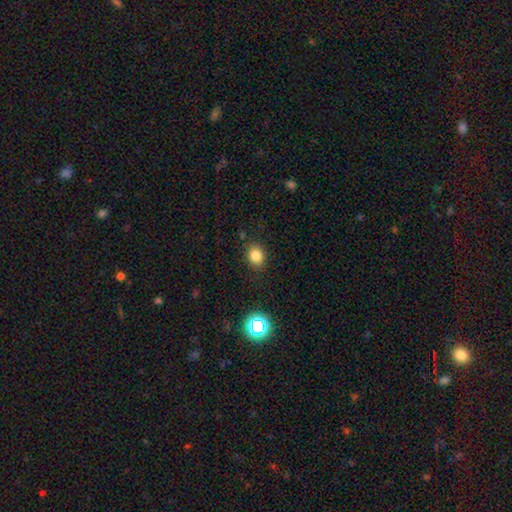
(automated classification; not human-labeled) Overall: smooth (81%). How rounded: in between (51%; round 48%). Merging: none (85%).